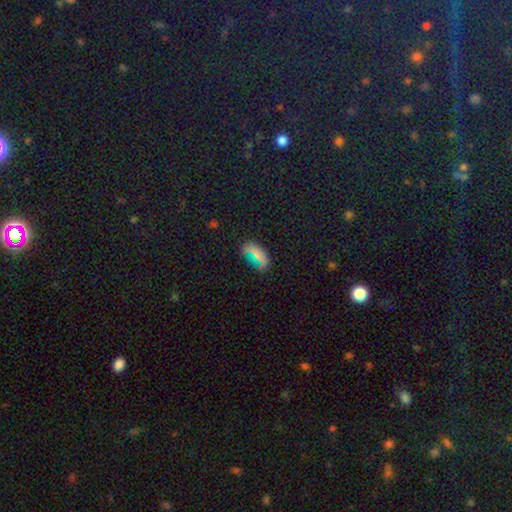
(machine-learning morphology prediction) Smooth or featured?
  - smooth: 62% *
  - star or artifact: 22%
  - featured or disk: 16%
How rounded?
  - in between: 89% *
  - cigar-shaped: 6%
  - round: 5%
Merging?
  - none: 61% *
  - minor disturbance: 24%
  - major disturbance: 10%
  - merger: 4%